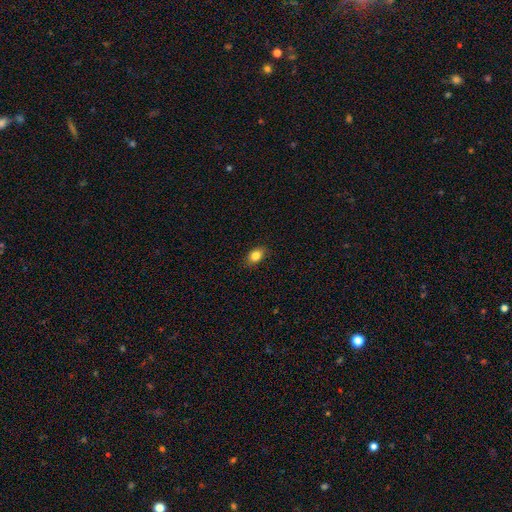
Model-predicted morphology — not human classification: This is clearly a smooth galaxy (84%). How rounded: likely in between (79%). Merging: clearly none (86%).